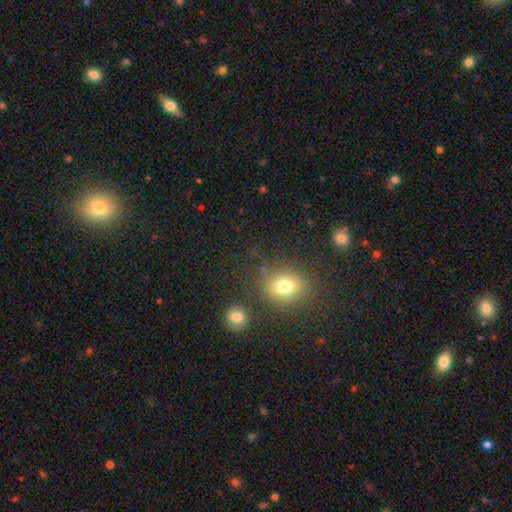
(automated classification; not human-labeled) The model was most divided on "how rounded": round: 62%, in between: 36%, cigar-shaped: 2%. More confident: merging — none (83%); smooth or featured — smooth (65%).